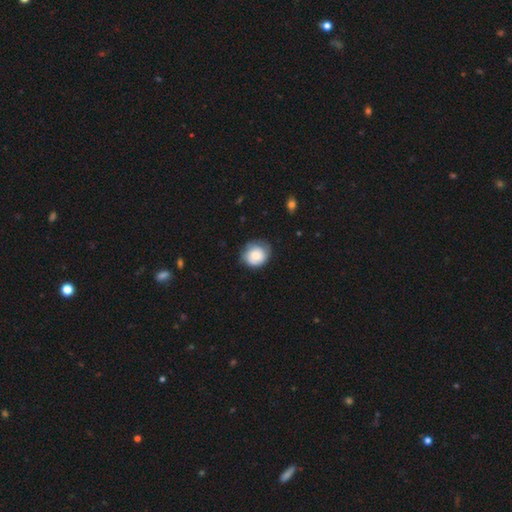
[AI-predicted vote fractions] Overall: smooth (76%). How rounded: round (82%). Merging: none (71%).